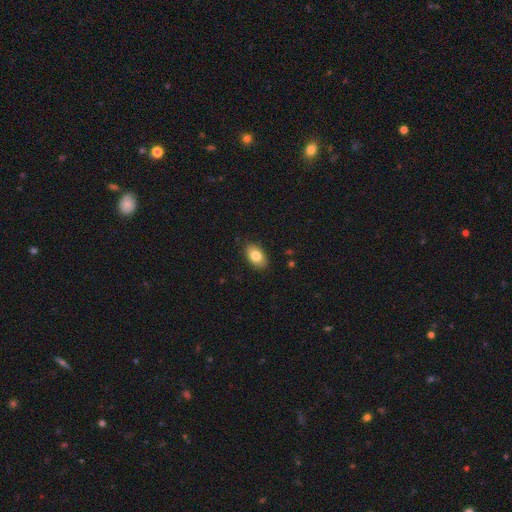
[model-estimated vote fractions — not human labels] smooth 81%, featured or disk 11%, star or artifact 7%. Down the decision tree: how rounded — in between (91%); merging — none (87%).